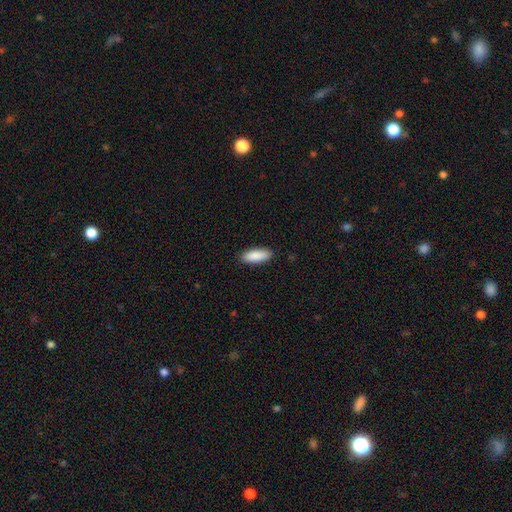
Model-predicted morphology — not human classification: smooth-or-featured: smooth: 90% | star or artifact: 6% | featured or disk: 5%
  how-rounded: in between: 70% | cigar-shaped: 28% | round: 2%
  merging: none: 89% | minor disturbance: 8% | major disturbance: 2% | merger: 1%